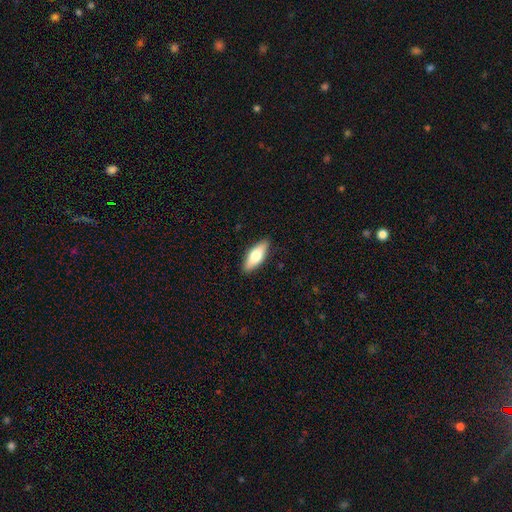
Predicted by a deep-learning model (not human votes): Smooth or featured: smooth — 67% (featured or disk — 27%)
How rounded: in between — 65% (cigar-shaped — 32%)
Merging: none — 88% (minor disturbance — 9%)